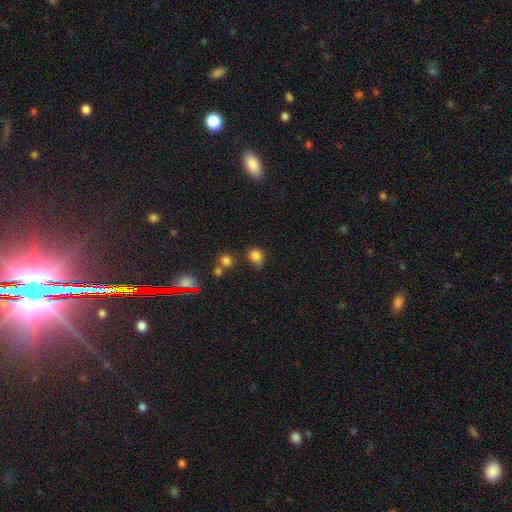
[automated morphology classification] smooth_or_featured: smooth (p=0.80) [alt: star or artifact p=0.14]
how_rounded: in between (p=0.50) [alt: round p=0.48]
merging: none (p=0.58) [alt: minor disturbance p=0.26]